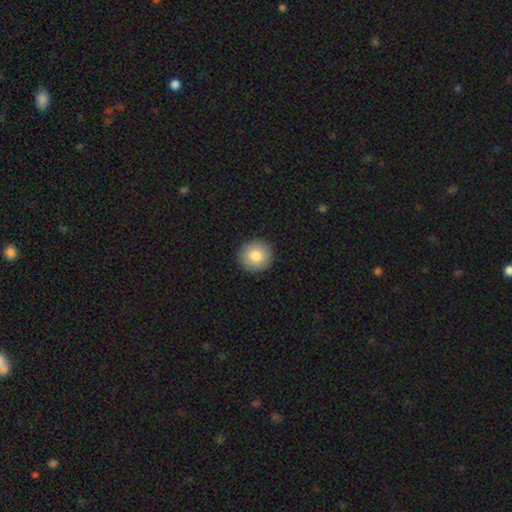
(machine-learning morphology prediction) Overall: smooth (82%). How rounded: round (93%). Merging: none (92%).